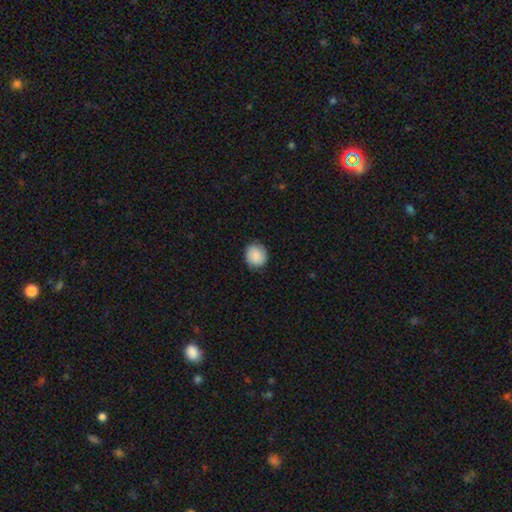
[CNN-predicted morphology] Smooth or featured?
  - smooth: 82% *
  - featured or disk: 10%
  - star or artifact: 7%
How rounded?
  - round: 80% *
  - in between: 19%
  - cigar-shaped: 1%
Merging?
  - none: 84% *
  - minor disturbance: 12%
  - major disturbance: 3%
  - merger: 1%